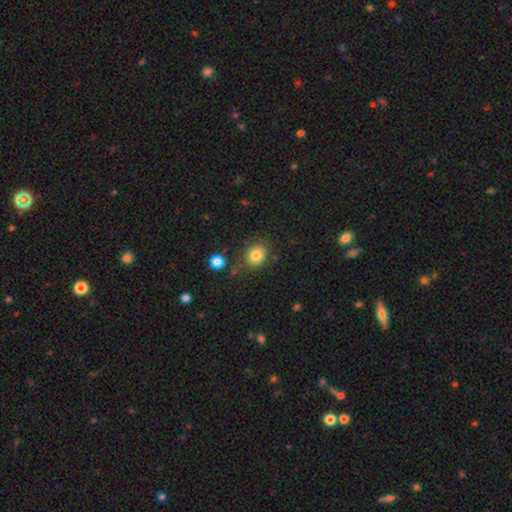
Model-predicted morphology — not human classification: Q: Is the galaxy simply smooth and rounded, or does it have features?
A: smooth — 82%.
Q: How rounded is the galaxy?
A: round — 66%.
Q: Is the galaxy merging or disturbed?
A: none — 76%.